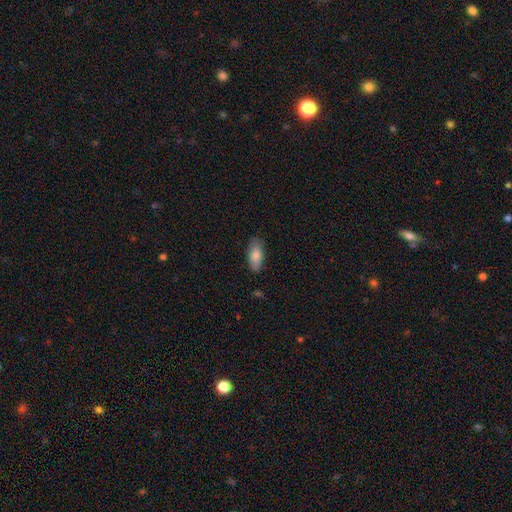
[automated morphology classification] smooth 83%, featured or disk 10%, star or artifact 6%. Down the decision tree: how rounded — in between (84%); merging — none (82%).